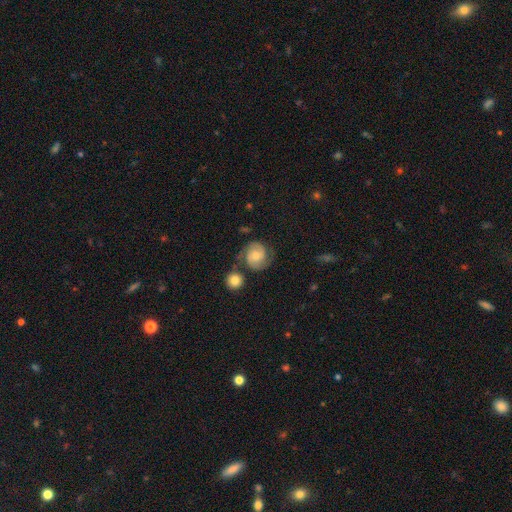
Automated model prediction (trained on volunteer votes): Smooth or featured? Predicted: featured or disk (p=0.79). Edge-on disk? Predicted: no (p=0.98). Bar? Predicted: no (p=0.65). Spiral arms? Predicted: yes (p=0.96). Spiral winding? Predicted: tight (p=0.45). Spiral arm count? Predicted: 2 (p=0.90). Bulge size? Predicted: moderate (p=0.58). Merging? Predicted: none (p=0.73).